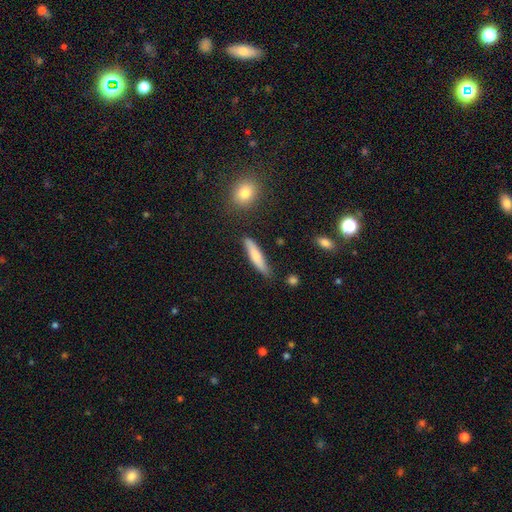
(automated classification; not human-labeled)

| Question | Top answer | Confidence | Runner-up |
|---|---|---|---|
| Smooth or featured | smooth | 70% | featured or disk (24%) |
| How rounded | cigar-shaped | 84% | in between (14%) |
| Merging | none | 79% | minor disturbance (15%) |